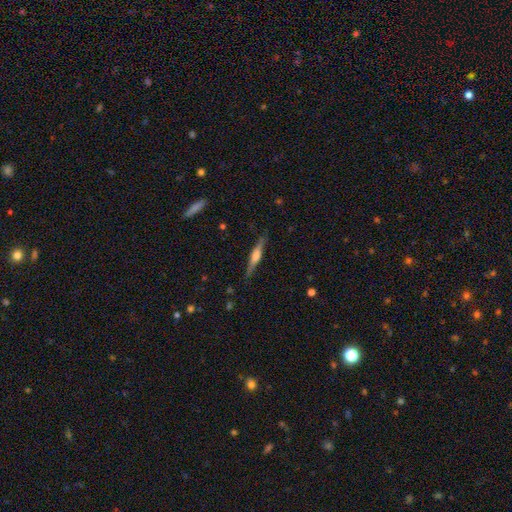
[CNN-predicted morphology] Smooth or featured? Predicted: featured or disk (p=0.66). Edge-on disk? Predicted: yes (p=0.98). Edge-on bulge? Predicted: rounded (p=0.73). Merging? Predicted: none (p=0.87).